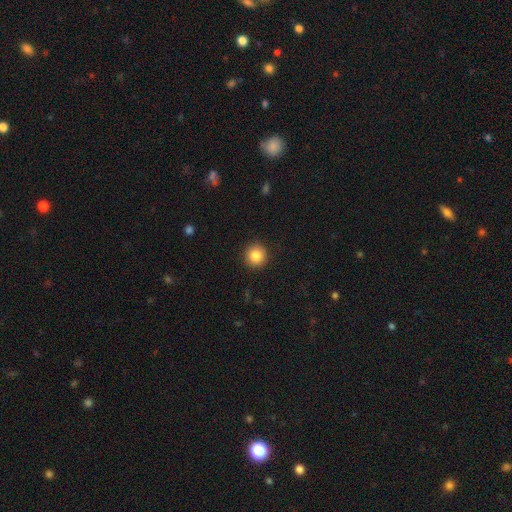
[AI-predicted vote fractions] Smooth or featured? Predicted: smooth (p=0.85). How rounded? Predicted: round (p=0.94). Merging? Predicted: none (p=0.92).